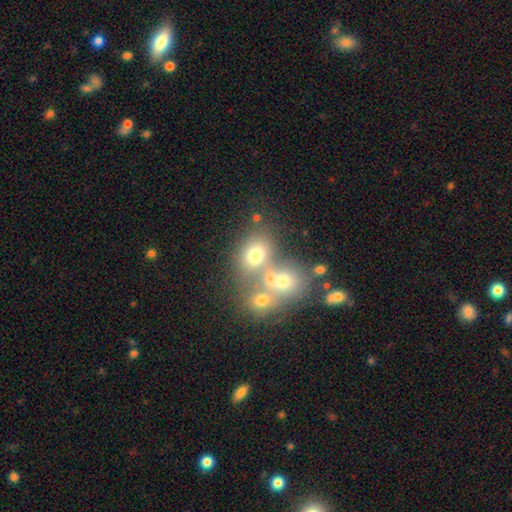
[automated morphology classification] Overall: smooth (67%). How rounded: round (57%; in between 41%). Merging: none (42%, tied with merger).